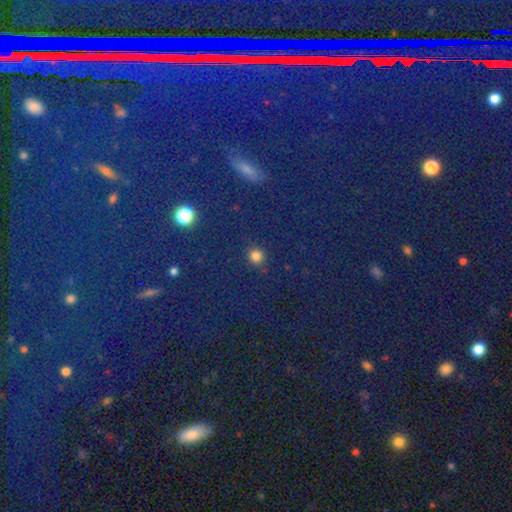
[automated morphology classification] smooth-or-featured: smooth: 73% | star or artifact: 22% | featured or disk: 5%
  how-rounded: round: 89% | in between: 10% | cigar-shaped: 1%
  merging: none: 87% | minor disturbance: 7% | major disturbance: 3% | merger: 2%